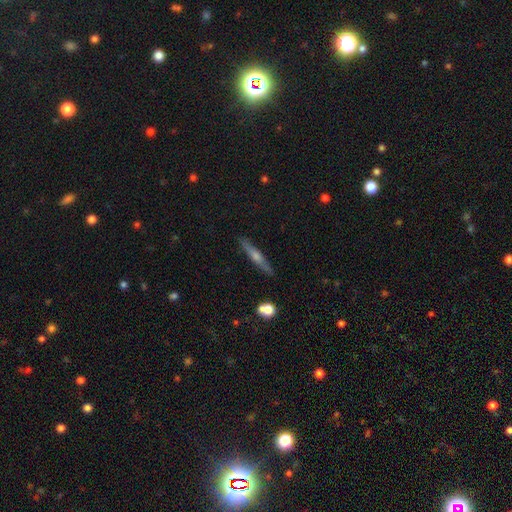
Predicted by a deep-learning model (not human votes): Overall: featured or disk (59%; smooth 34%). Edge-on disk: yes (96%). Edge-on bulge: rounded (74%). Merging: none (90%).